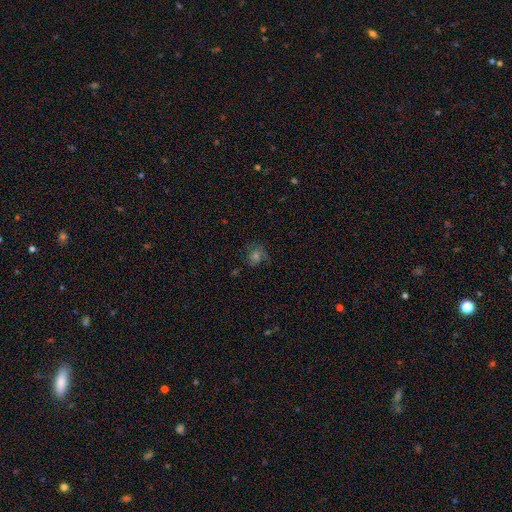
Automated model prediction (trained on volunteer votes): smooth-or-featured: featured or disk: 45% | smooth: 33% | star or artifact: 22%
  merging: none: 68% | minor disturbance: 18% | major disturbance: 13% | merger: 2%